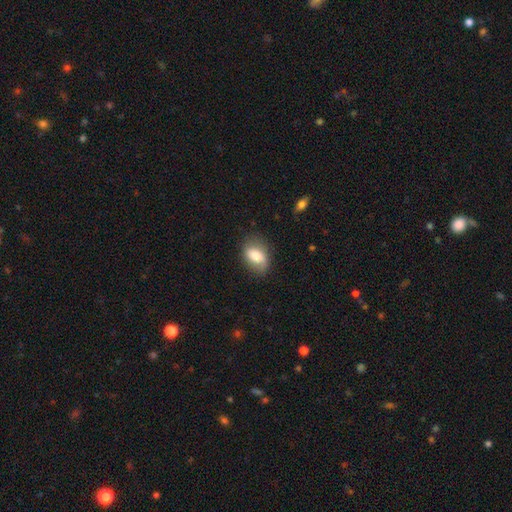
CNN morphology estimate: Smooth or featured?
  - smooth: 74% *
  - featured or disk: 18%
  - star or artifact: 7%
How rounded?
  - in between: 86% *
  - round: 12%
  - cigar-shaped: 2%
Merging?
  - none: 71% *
  - minor disturbance: 22%
  - major disturbance: 6%
  - merger: 1%